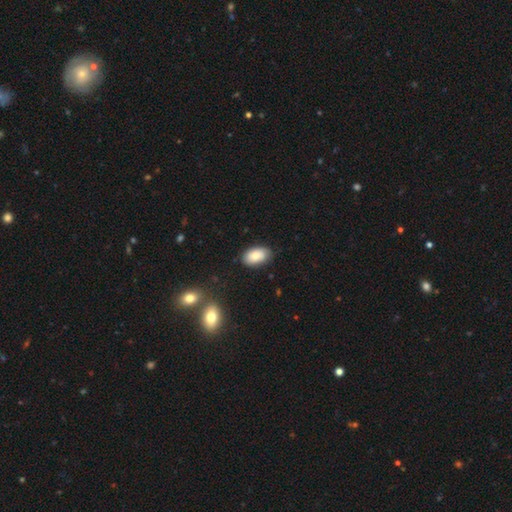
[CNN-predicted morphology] Q: Smooth or featured?
A: smooth (82%); runner-up: featured or disk (10%)
Q: How rounded?
A: in between (93%); runner-up: round (5%)
Q: Merging?
A: none (80%); runner-up: minor disturbance (16%)